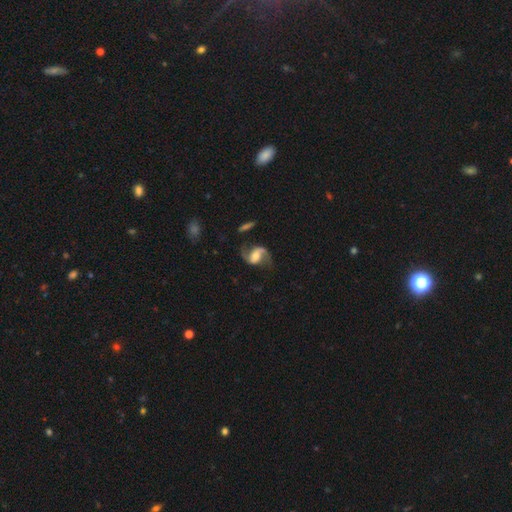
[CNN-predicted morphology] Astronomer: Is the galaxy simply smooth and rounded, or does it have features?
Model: featured or disk — 87%.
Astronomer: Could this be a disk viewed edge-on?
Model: no — 97%.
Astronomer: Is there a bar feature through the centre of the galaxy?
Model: weak — 40% (runner-up: no, 38%).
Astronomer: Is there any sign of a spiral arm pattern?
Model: yes — 96%.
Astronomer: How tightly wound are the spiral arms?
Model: loose — 55% (runner-up: medium, 37%).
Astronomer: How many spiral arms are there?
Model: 2 — 92%.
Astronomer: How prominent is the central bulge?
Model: moderate — 56%.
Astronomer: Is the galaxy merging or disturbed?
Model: none — 73%.